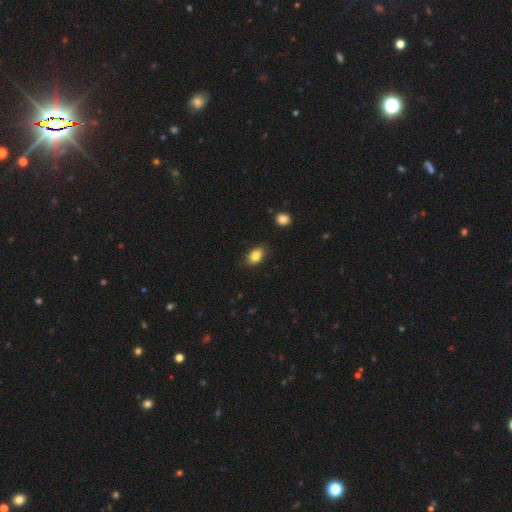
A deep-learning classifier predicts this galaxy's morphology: smooth_or_featured: smooth (p=0.84) [alt: star or artifact p=0.08]
how_rounded: in between (p=0.87) [alt: round p=0.11]
merging: none (p=0.85) [alt: minor disturbance p=0.11]